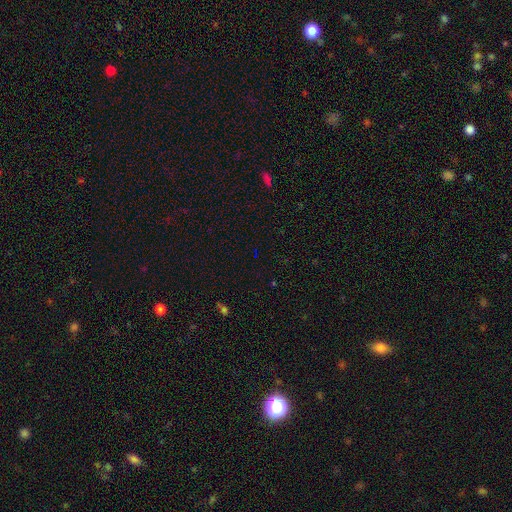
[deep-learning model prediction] Smooth or featured?
  - star or artifact: 71% *
  - smooth: 22%
  - featured or disk: 7%